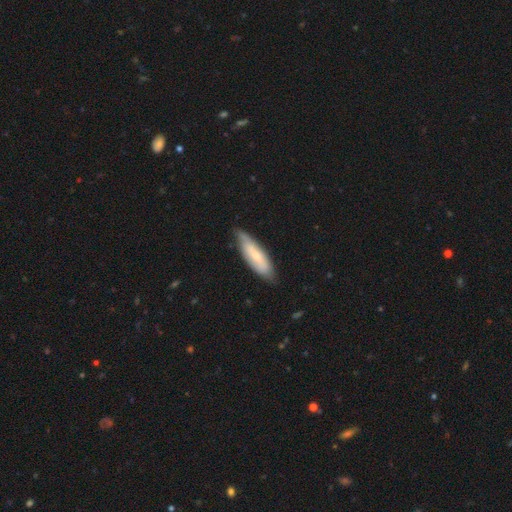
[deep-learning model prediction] This appears to be a smooth galaxy with no disk features (61%) that is cigar-shaped (51%). Merging: none (69%).